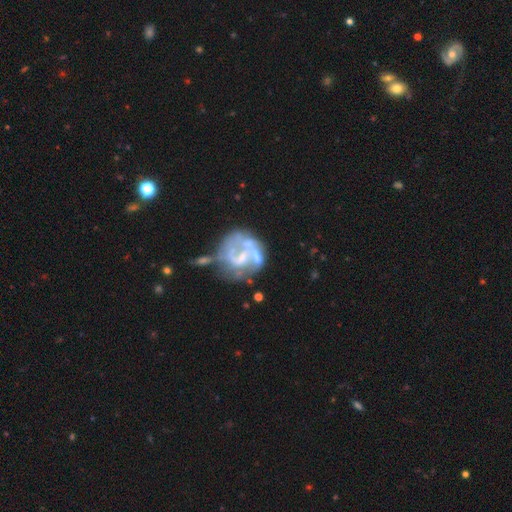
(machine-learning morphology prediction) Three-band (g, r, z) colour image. It shows a featured or disk galaxy (73%) with no bar (54%), no spiral arms (51%) and no central bulge (42%). Merging: none (32%).